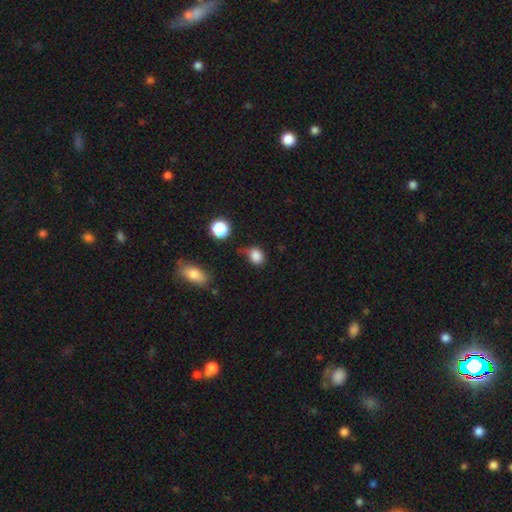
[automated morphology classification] Smooth or featured? smooth (84%)
How rounded? round (55%)
Merging? none (53%)